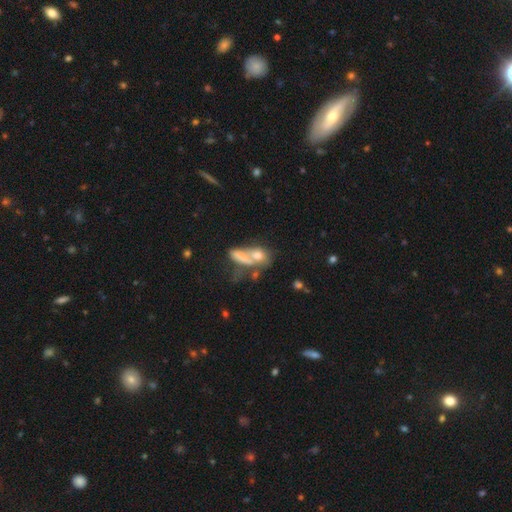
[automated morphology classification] The model was most divided on "smooth or featured": smooth: 52%, featured or disk: 33%, star or artifact: 15%. Remaining: how rounded — in between (59%); merging — merger (48%).